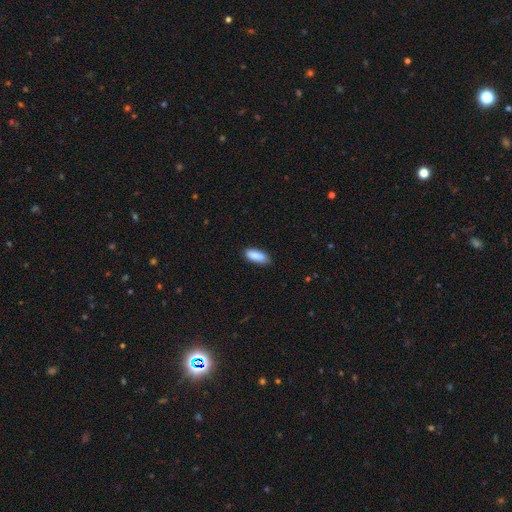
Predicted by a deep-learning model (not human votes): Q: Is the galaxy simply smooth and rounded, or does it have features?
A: smooth — 88%.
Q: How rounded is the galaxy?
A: in between — 76%.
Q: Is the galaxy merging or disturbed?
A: none — 79%.